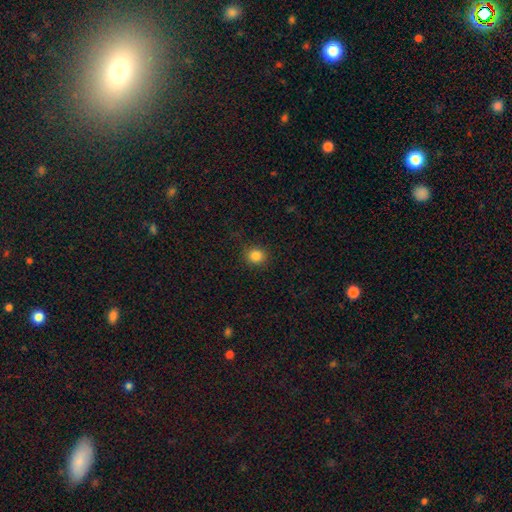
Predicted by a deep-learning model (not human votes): This is clearly a smooth galaxy (84%). How rounded: clearly round (84%). Merging: clearly none (88%).